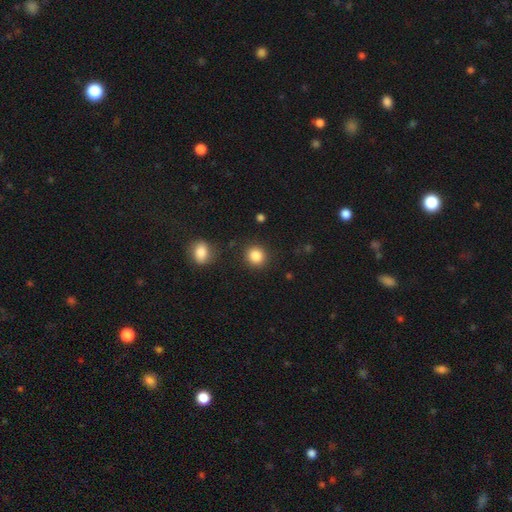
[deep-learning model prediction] smooth 86%, star or artifact 10%, featured or disk 4%. Down the decision tree: how rounded — round (86%); merging — none (88%).